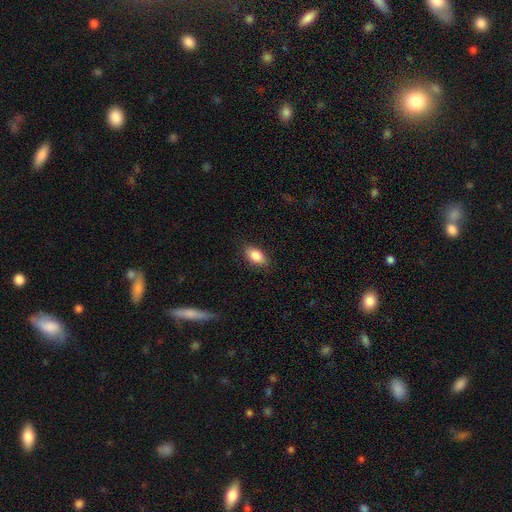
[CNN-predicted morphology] A smooth galaxy with no disk features (86%) that is in between round and cigar-shaped (90%). Merging: none (85%).